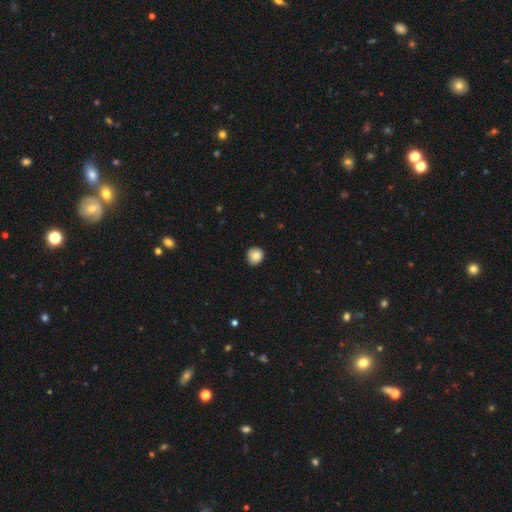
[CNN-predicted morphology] Q: Smooth or featured?
A: smooth (84%); runner-up: star or artifact (9%)
Q: How rounded?
A: round (89%); runner-up: in between (11%)
Q: Merging?
A: none (86%); runner-up: minor disturbance (11%)